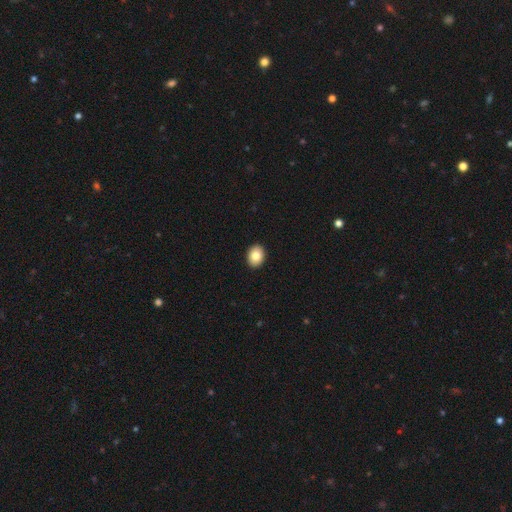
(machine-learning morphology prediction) Overall: smooth (83%). How rounded: in between (55%; round 44%). Merging: none (93%).